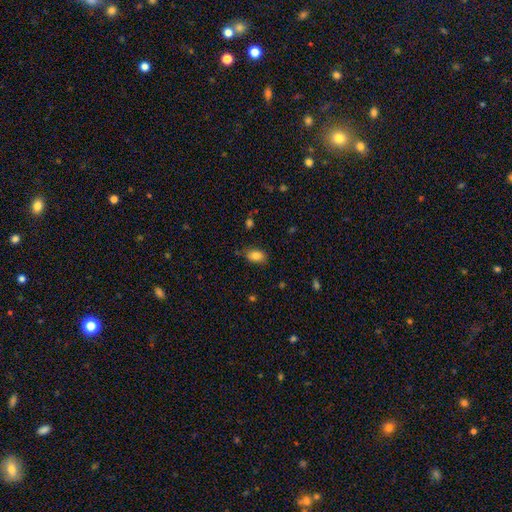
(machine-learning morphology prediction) A smooth galaxy with no disk features (84%) that is in between round and cigar-shaped (87%).

Vote fractions:
- Smooth or featured? smooth: 84% / star or artifact: 9% / featured or disk: 7%
- How rounded? in between: 87% / round: 11% / cigar-shaped: 2%
- Merging? none: 75% / minor disturbance: 19% / major disturbance: 4% / merger: 2%